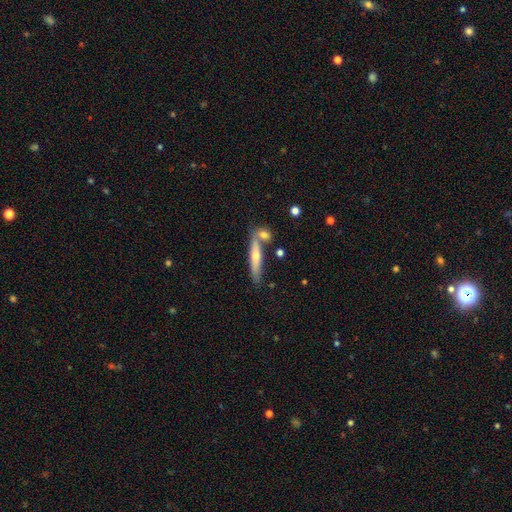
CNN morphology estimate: A featured or disk galaxy (49%).

Vote fractions:
- Smooth or featured? featured or disk: 49% / smooth: 45% / star or artifact: 6%
- Merging? none: 67% / merger: 19% / minor disturbance: 11% / major disturbance: 3%